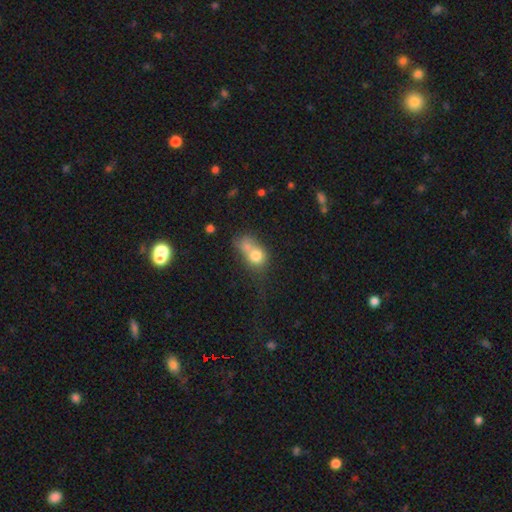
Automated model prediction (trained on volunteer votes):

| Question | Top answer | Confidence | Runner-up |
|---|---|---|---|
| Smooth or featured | smooth | 73% | featured or disk (16%) |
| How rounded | round | 54% | in between (43%) |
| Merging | merger | 55% | none (20%) |